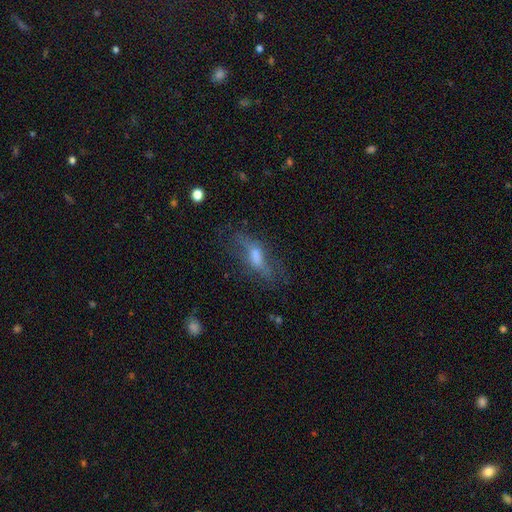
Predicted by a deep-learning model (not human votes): Smooth or featured: featured or disk — 46% (smooth — 41%)
Merging: none — 57% (minor disturbance — 22%)